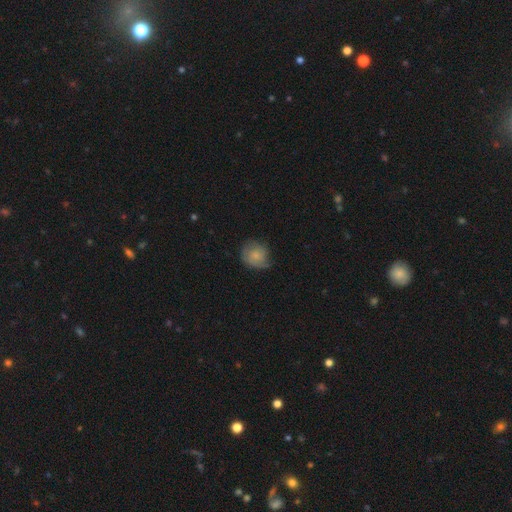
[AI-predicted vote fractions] smooth 72%, featured or disk 20%, star or artifact 8%. Down the decision tree: how rounded — round (80%); merging — none (58%).